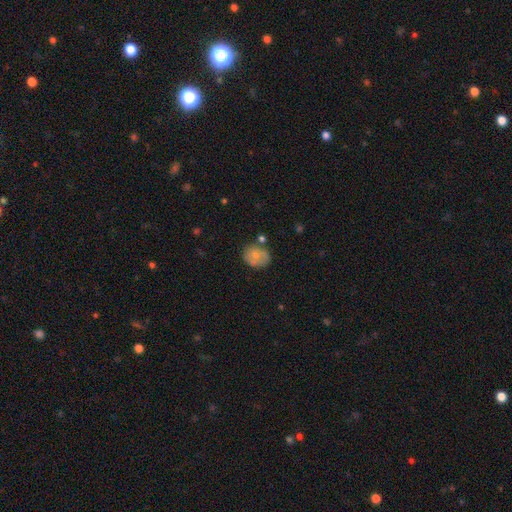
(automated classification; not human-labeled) smooth-or-featured: smooth: 70% | featured or disk: 21% | star or artifact: 9%
  how-rounded: round: 57% | in between: 42% | cigar-shaped: 1%
  merging: none: 61% | minor disturbance: 21% | merger: 11% | major disturbance: 7%